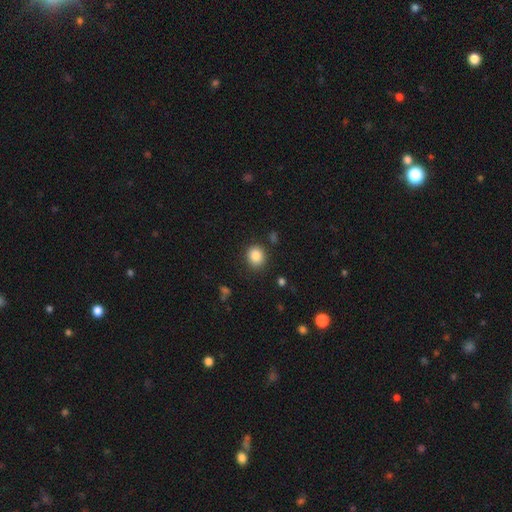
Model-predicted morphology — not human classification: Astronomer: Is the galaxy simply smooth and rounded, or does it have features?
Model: smooth — 85%.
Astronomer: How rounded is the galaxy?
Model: round — 76%.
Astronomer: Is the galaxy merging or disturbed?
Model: none — 86%.